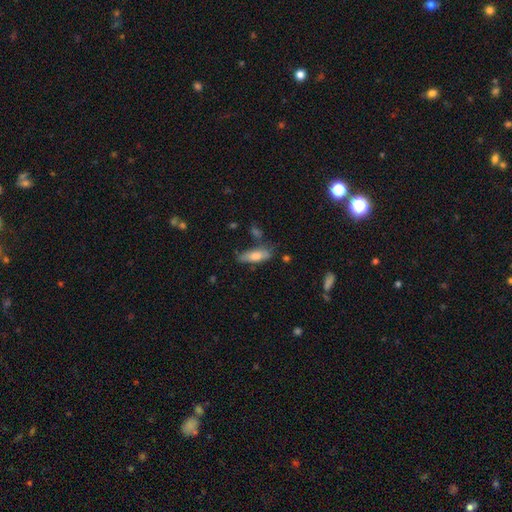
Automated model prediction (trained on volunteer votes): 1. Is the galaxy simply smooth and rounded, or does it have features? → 68% smooth, 25% featured or disk, 7% star or artifact.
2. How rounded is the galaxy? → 54% in between, 44% cigar-shaped, 2% round.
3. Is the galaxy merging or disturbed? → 67% none, 21% minor disturbance, 6% merger, 5% major disturbance.